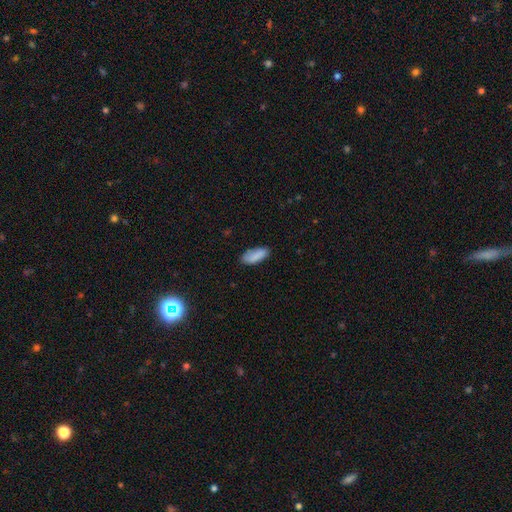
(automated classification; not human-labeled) Smooth or featured: smooth — 87% (star or artifact — 7%)
How rounded: in between — 79% (cigar-shaped — 19%)
Merging: none — 80% (minor disturbance — 16%)